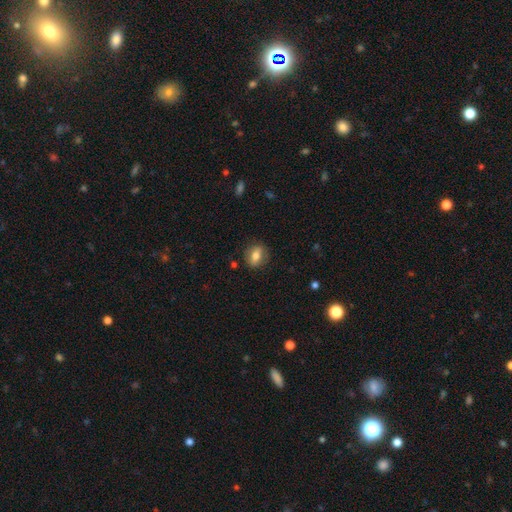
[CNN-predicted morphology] type=smooth (74%); roundness=in between (61%); merging=none (84%).